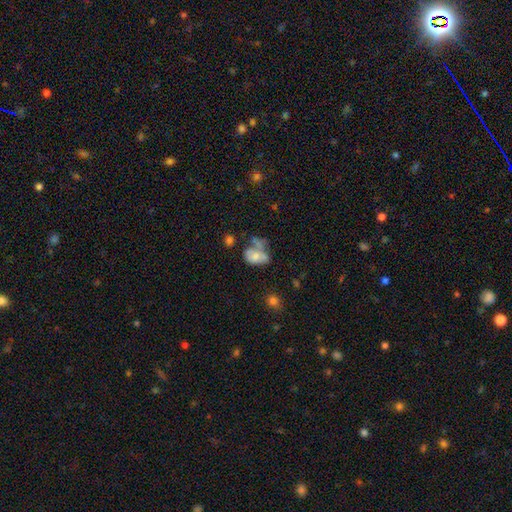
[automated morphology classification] smooth_or_featured: smooth (p=0.61) [alt: featured or disk p=0.29]
how_rounded: in between (p=0.79) [alt: round p=0.19]
merging: merger (p=0.31) [alt: none p=0.25]